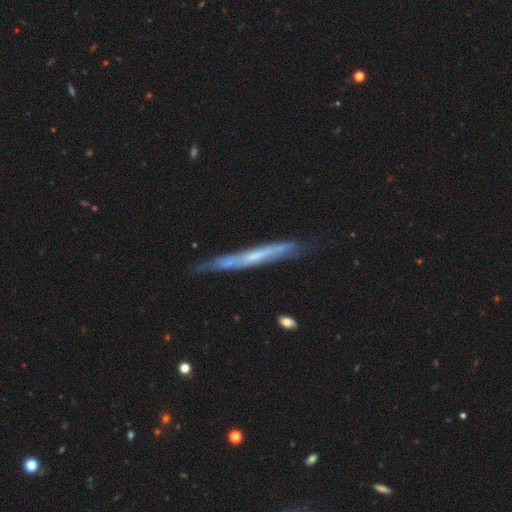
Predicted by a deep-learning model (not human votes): Smooth or featured? Predicted: featured or disk (p=0.62). Edge-on disk? Predicted: yes (p=0.86). Edge-on bulge? Predicted: none (p=0.77). Merging? Predicted: none (p=0.73).